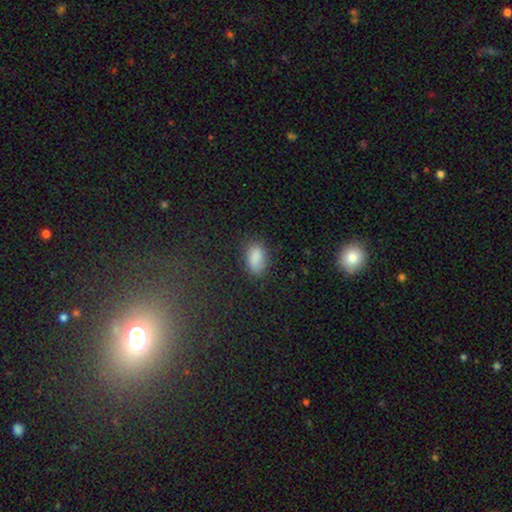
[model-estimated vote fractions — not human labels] A smooth galaxy with no disk features (83%) that is in between round and cigar-shaped (90%). Merging: none (73%).